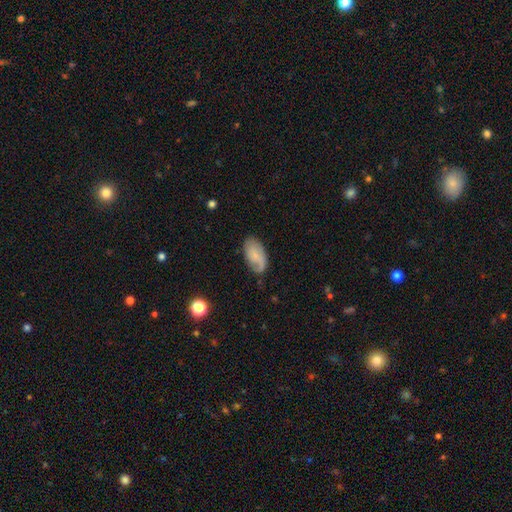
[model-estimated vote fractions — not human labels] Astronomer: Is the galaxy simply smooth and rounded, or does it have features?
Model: smooth — 53% (runner-up: featured or disk, 40%).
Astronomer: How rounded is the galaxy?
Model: in between — 93%.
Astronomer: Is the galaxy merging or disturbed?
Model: none — 64%.